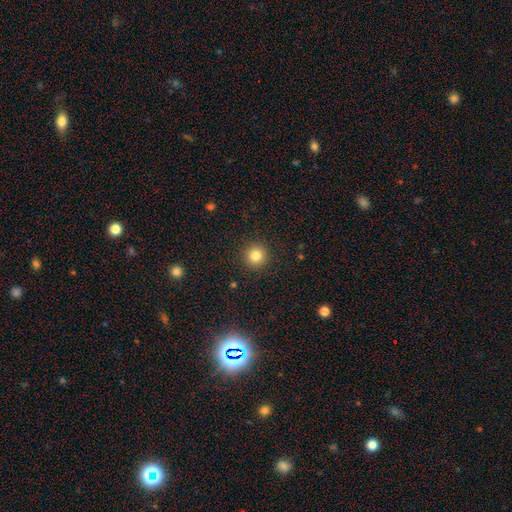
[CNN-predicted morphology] A smooth galaxy with no disk features (82%) that is round (95%). Merging: none (92%).